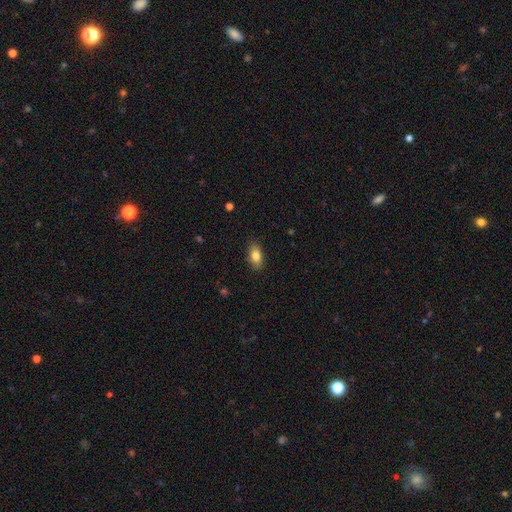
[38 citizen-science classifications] smooth_or_featured: smooth (p=0.82) [alt: featured or disk p=0.11]
how_rounded: in between (p=0.81) [alt: round p=0.10]
merging: none (p=0.83) [alt: minor disturbance p=0.14]